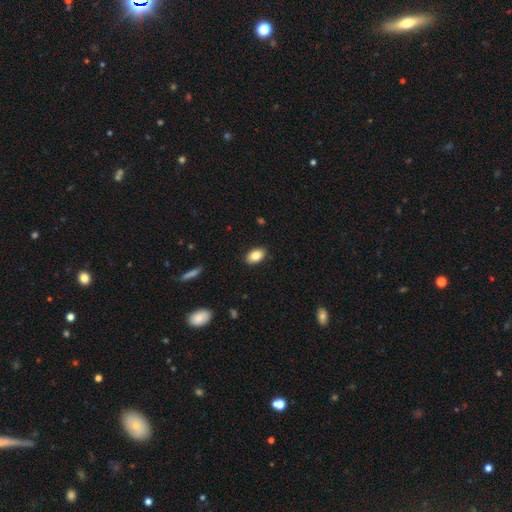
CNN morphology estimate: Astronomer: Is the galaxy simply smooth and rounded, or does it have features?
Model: smooth — 82%.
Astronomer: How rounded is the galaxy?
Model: in between — 91%.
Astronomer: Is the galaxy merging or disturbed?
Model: none — 88%.